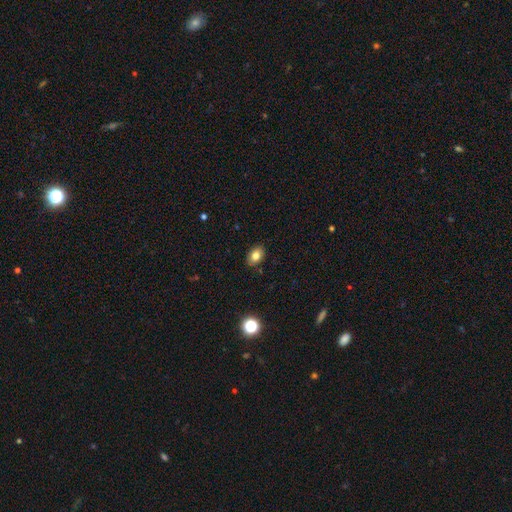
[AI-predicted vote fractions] This appears to be a smooth galaxy with no disk features (81%) that is in between round and cigar-shaped (81%). Merging: none (88%).